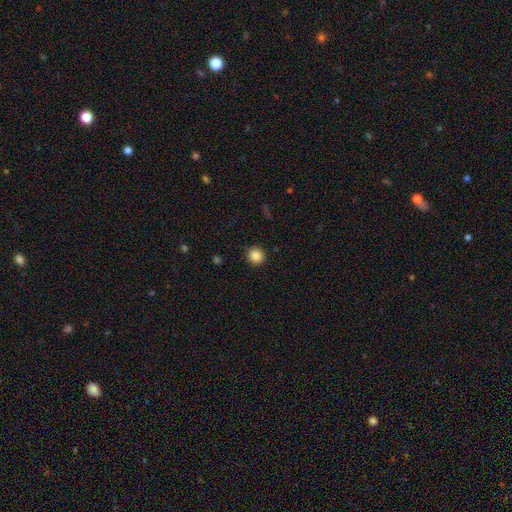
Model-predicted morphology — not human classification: smooth-or-featured: smooth: 86% | star or artifact: 10% | featured or disk: 4%
  how-rounded: round: 94% | in between: 5% | cigar-shaped: 1%
  merging: none: 92% | minor disturbance: 6% | major disturbance: 2% | merger: 1%